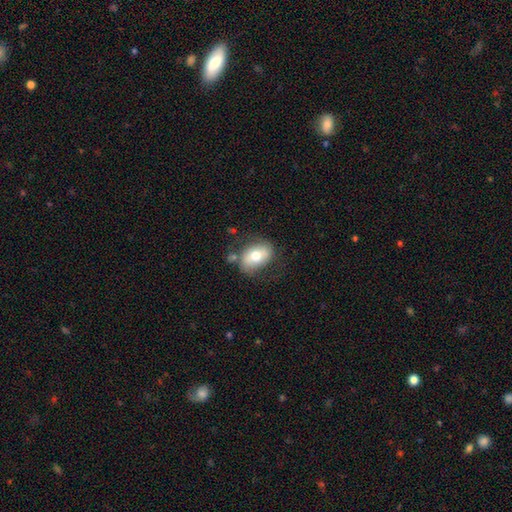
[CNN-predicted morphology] Overall: smooth (66%). How rounded: in between (84%). Merging: none (67%).